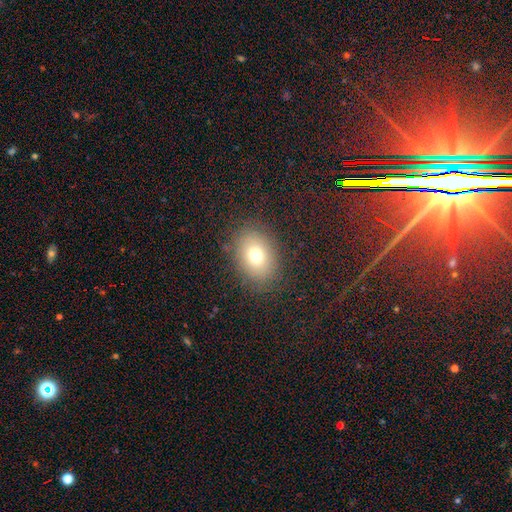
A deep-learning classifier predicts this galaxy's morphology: Smooth or featured? Predicted: smooth (p=0.72). How rounded? Predicted: in between (p=0.61). Merging? Predicted: none (p=0.84).